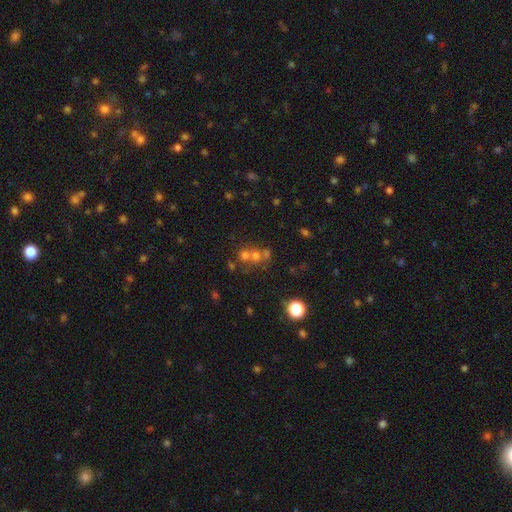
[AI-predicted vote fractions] smooth_or_featured: smooth (p=0.53) [alt: star or artifact p=0.26]
how_rounded: round (p=0.82) [alt: in between p=0.17]
merging: merger (p=0.48) [alt: none p=0.40]